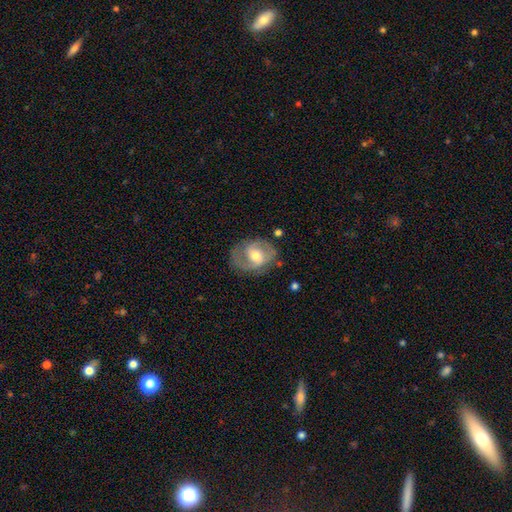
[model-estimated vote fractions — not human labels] The model was most divided on "bar": weak: 45%, no: 37%, strong: 18%. More confident: edge-on disk — no (96%); spiral arms — yes (76%); bulge size — moderate (67%); smooth or featured — featured or disk (66%); merging — none (64%).